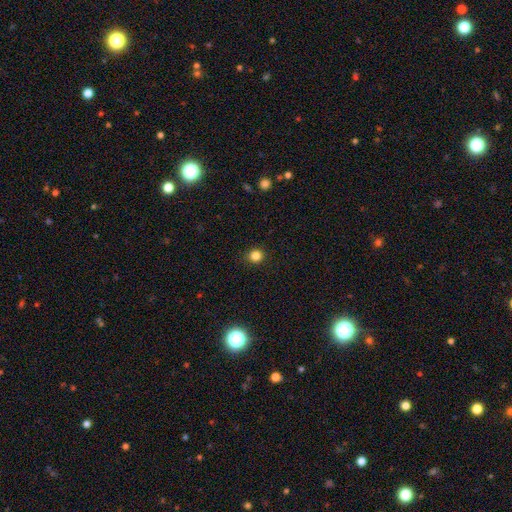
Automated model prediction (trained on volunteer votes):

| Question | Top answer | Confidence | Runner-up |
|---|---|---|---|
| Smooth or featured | smooth | 83% | star or artifact (13%) |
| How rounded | round | 89% | in between (10%) |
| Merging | none | 89% | minor disturbance (7%) |